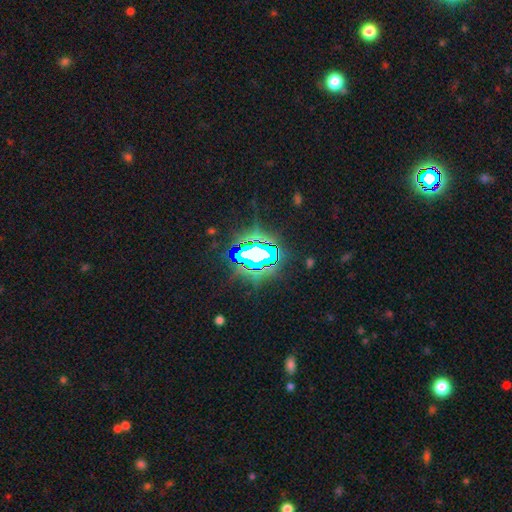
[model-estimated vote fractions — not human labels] A star or artifact, not a galaxy (74%).